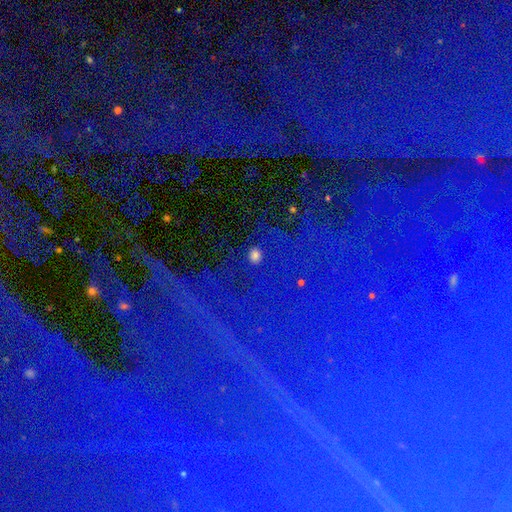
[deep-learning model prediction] This appears to be a star or artifact, not a galaxy (67%).